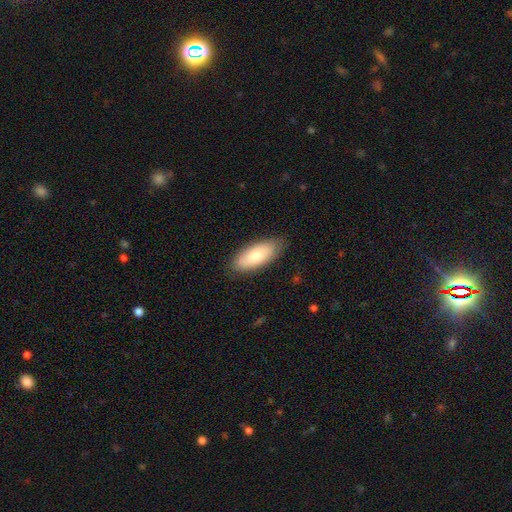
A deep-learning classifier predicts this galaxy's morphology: smooth-or-featured: smooth: 76% | featured or disk: 18% | star or artifact: 6%
  how-rounded: in between: 86% | cigar-shaped: 12% | round: 2%
  merging: none: 83% | minor disturbance: 13% | major disturbance: 3% | merger: 1%